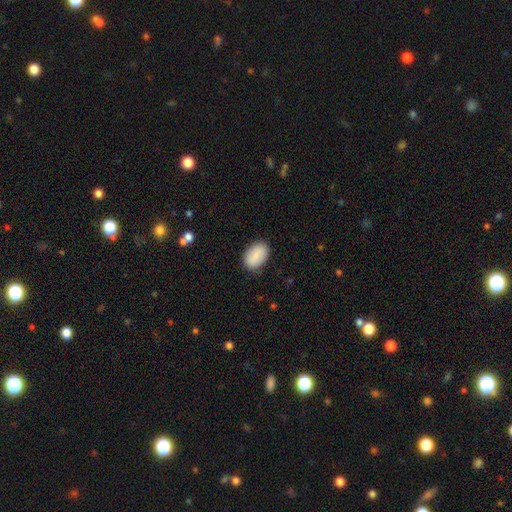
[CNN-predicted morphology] smooth_or_featured: smooth (p=0.85) [alt: featured or disk p=0.08]
how_rounded: in between (p=0.88) [alt: round p=0.11]
merging: none (p=0.85) [alt: minor disturbance p=0.12]